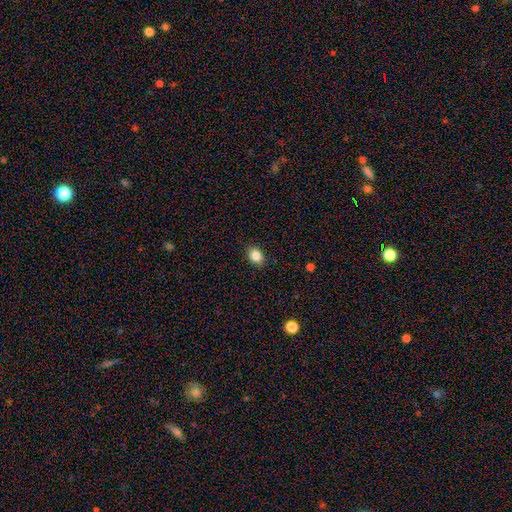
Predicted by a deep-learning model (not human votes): A smooth galaxy with no disk features (85%) that is in between round and cigar-shaped (64%). Merging: none (89%).